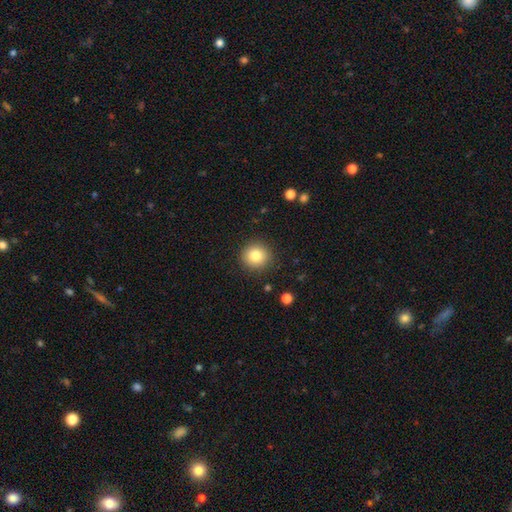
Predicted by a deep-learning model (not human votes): Q: Smooth or featured?
A: smooth (81%); runner-up: star or artifact (11%)
Q: How rounded?
A: round (93%); runner-up: in between (6%)
Q: Merging?
A: none (90%); runner-up: minor disturbance (6%)